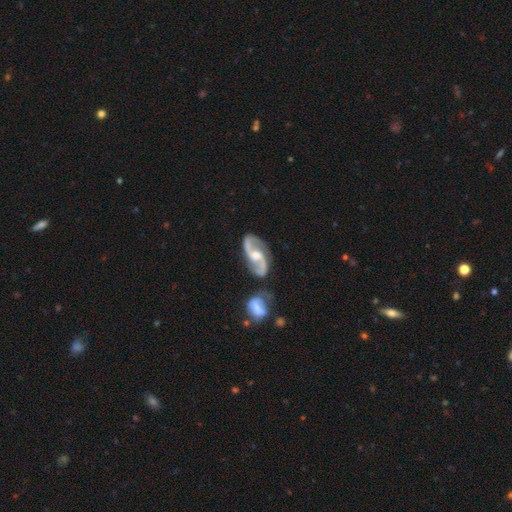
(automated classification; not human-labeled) Smooth or featured?
  - featured or disk: 91% *
  - smooth: 5%
  - star or artifact: 4%
Edge-on disk?
  - no: 97% *
  - yes: 3%
Bar?
  - weak: 44% *
  - no: 42%
  - strong: 14%
Spiral arms?
  - yes: 97% *
  - no: 3%
Spiral winding?
  - medium: 45% * (tied)
  - loose: 45% * (tied)
  - tight: 10%
Spiral arm count?
  - 2: 94% *
  - can't tell: 2%
  - 1: 1%
  - 3: 1%
  - 4: 1%
  - more than 4: 1%
Bulge size?
  - moderate: 61% *
  - small: 25%
  - large: 8%
  - none: 5%
  - dominant: 1%
Merging?
  - none: 67% *
  - minor disturbance: 16%
  - merger: 11%
  - major disturbance: 6%